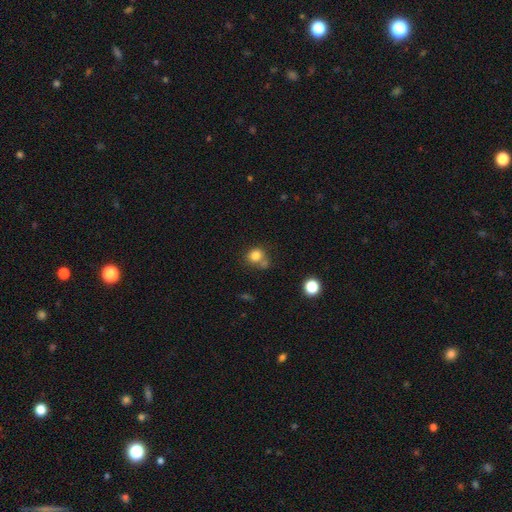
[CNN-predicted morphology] This appears to be a smooth galaxy with no disk features (81%) that is round (77%). Merging: none (51%).